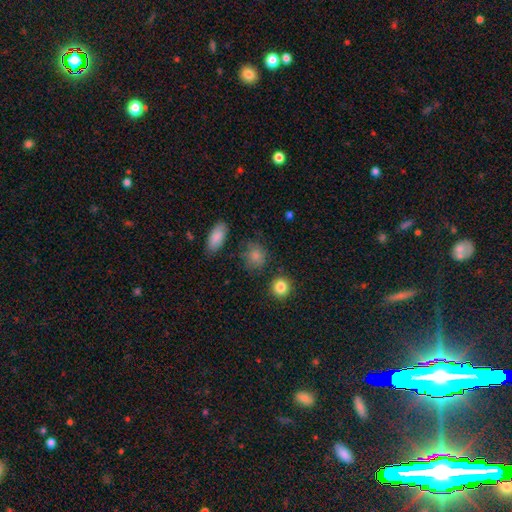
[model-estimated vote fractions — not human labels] smooth 83%, star or artifact 11%, featured or disk 7%. Down the decision tree: how rounded — round (75%); merging — none (75%).